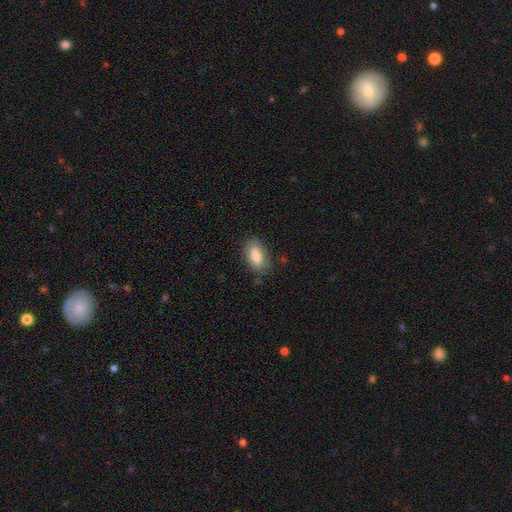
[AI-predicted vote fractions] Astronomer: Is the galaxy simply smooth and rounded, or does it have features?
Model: smooth — 85%.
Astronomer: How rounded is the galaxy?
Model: in between — 92%.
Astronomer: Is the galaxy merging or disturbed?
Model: none — 80%.